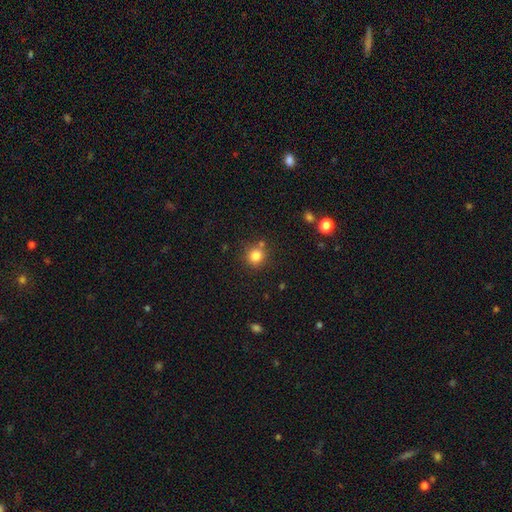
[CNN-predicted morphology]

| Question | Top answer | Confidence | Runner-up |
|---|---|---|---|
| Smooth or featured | smooth | 82% | star or artifact (12%) |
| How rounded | round | 89% | in between (10%) |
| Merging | none | 77% | minor disturbance (10%) |